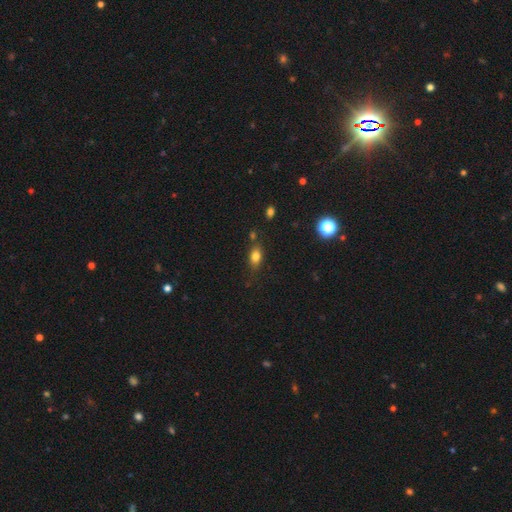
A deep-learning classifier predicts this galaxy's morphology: Q: Smooth or featured?
A: smooth (80%); runner-up: star or artifact (11%)
Q: How rounded?
A: in between (78%); runner-up: round (17%)
Q: Merging?
A: none (72%); runner-up: minor disturbance (17%)